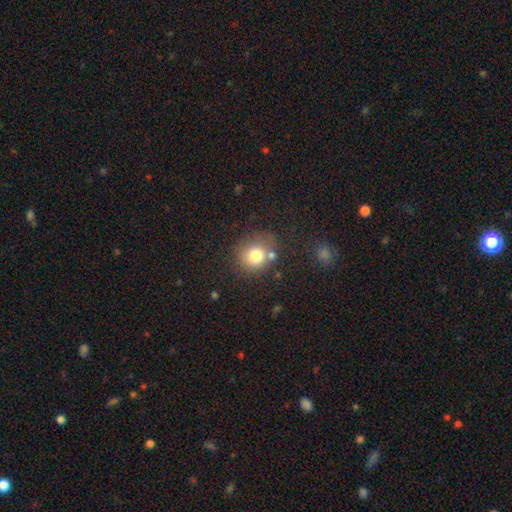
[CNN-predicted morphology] Smooth or featured: smooth — 77% (star or artifact — 12%)
How rounded: round — 83% (in between — 16%)
Merging: none — 65% (minor disturbance — 15%)